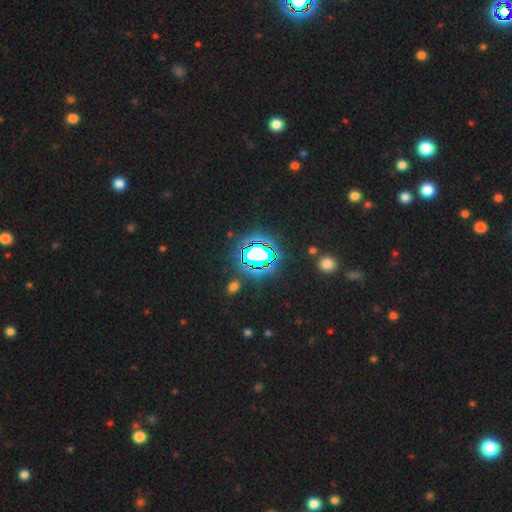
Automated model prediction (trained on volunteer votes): Smooth or featured? Predicted: star or artifact (p=0.80).